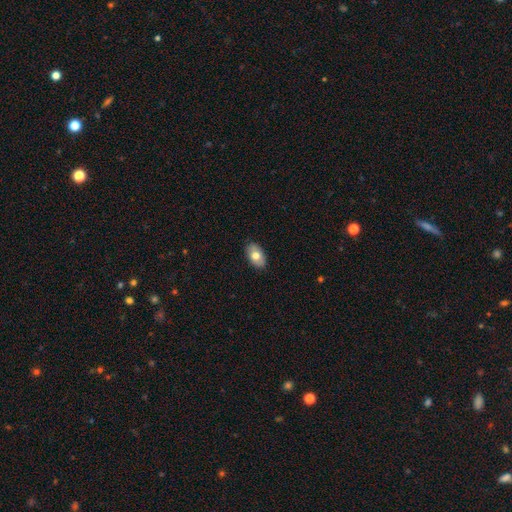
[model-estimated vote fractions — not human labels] Q: Smooth or featured?
A: smooth (72%); runner-up: featured or disk (21%)
Q: How rounded?
A: in between (91%); runner-up: round (8%)
Q: Merging?
A: none (88%); runner-up: minor disturbance (9%)